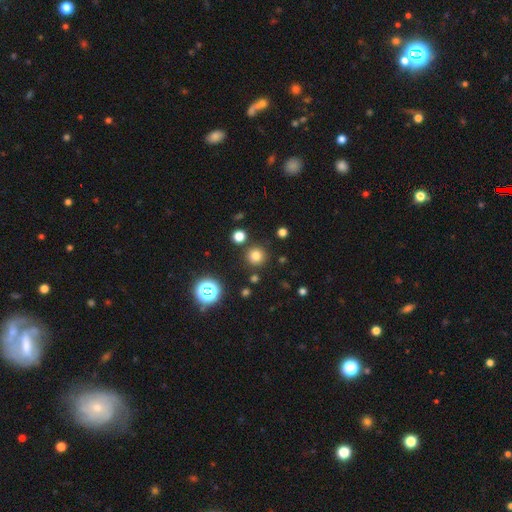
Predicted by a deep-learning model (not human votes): Smooth or featured?
  - smooth: 76% *
  - star or artifact: 18%
  - featured or disk: 6%
How rounded?
  - round: 95% *
  - in between: 4%
  - cigar-shaped: 1%
Merging?
  - none: 86% *
  - minor disturbance: 7%
  - merger: 5%
  - major disturbance: 3%